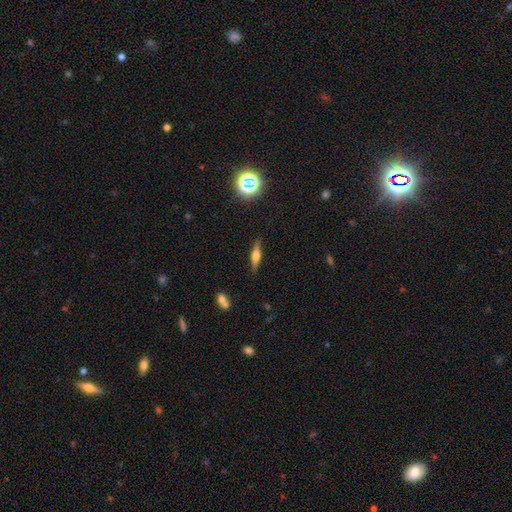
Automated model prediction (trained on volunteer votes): Smooth or featured? featured or disk (57%)
Edge-on disk? yes (95%)
Edge-on bulge? rounded (85%)
Merging? none (87%)